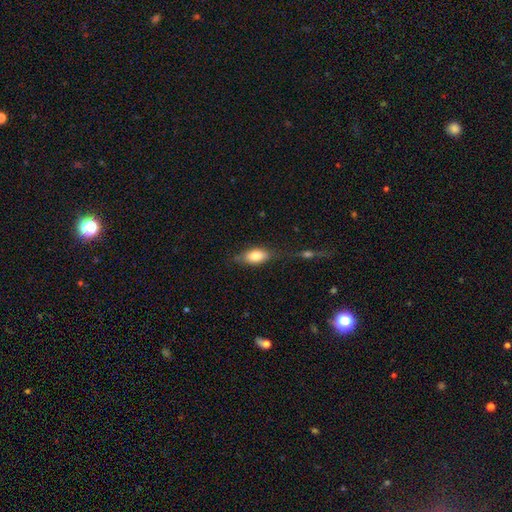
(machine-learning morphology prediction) smooth 79%, featured or disk 14%, star or artifact 7%. Down the decision tree: how rounded — in between (87%); merging — none (64%).